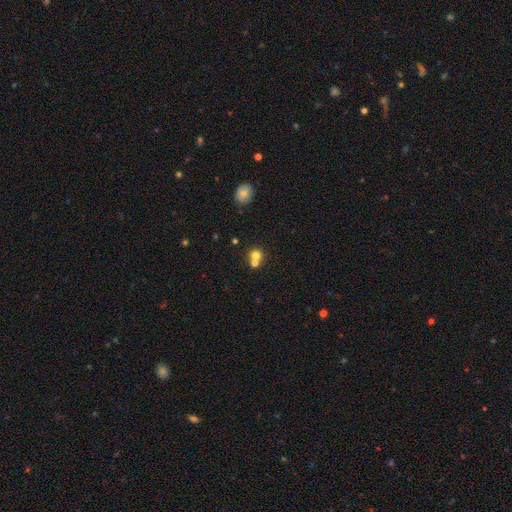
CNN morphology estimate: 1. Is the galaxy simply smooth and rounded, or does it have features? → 72% smooth, 15% star or artifact, 12% featured or disk.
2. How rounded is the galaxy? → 85% round, 14% in between, 1% cigar-shaped.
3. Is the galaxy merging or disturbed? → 50% none, 42% merger, 6% minor disturbance, 3% major disturbance.